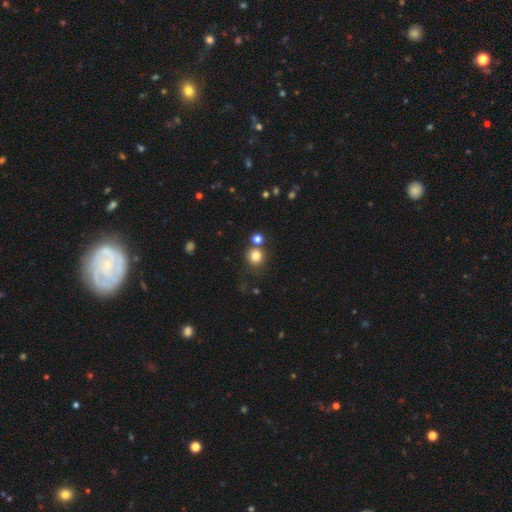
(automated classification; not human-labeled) Q: Smooth or featured?
A: smooth (81%); runner-up: star or artifact (13%)
Q: How rounded?
A: round (88%); runner-up: in between (11%)
Q: Merging?
A: none (69%); runner-up: merger (17%)